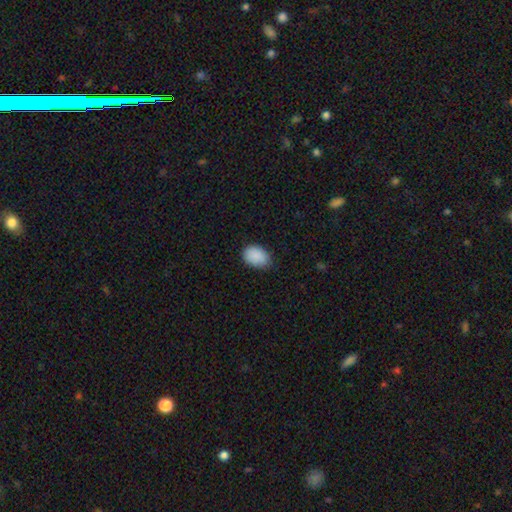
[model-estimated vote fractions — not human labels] A smooth galaxy with no disk features (90%) that is in between round and cigar-shaped (83%). Merging: none (74%).